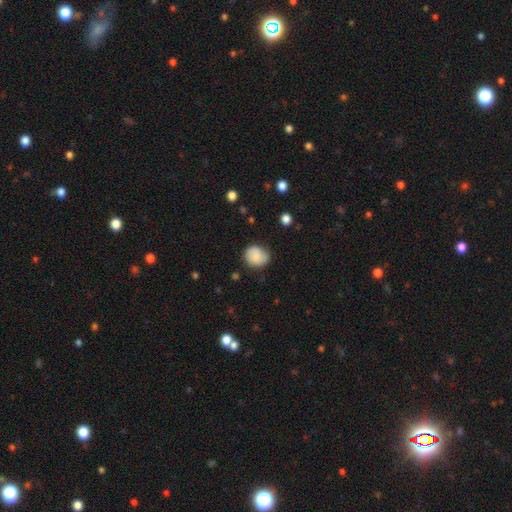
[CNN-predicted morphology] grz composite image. It shows a smooth galaxy with no disk features (78%) that is round (78%). Merging: none (73%).